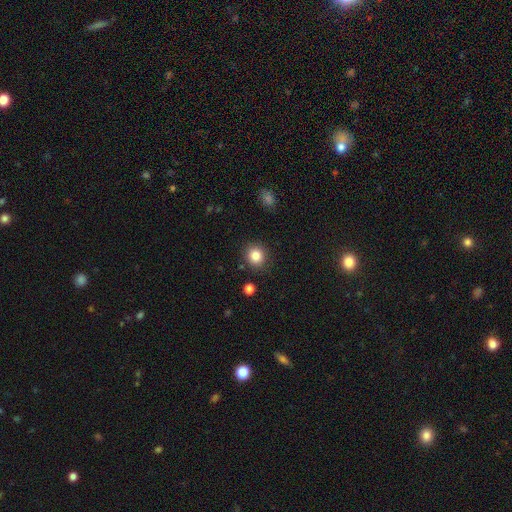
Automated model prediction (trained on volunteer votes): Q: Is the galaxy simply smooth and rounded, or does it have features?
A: smooth — 84%.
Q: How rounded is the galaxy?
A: round — 85%.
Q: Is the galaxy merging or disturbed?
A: none — 88%.